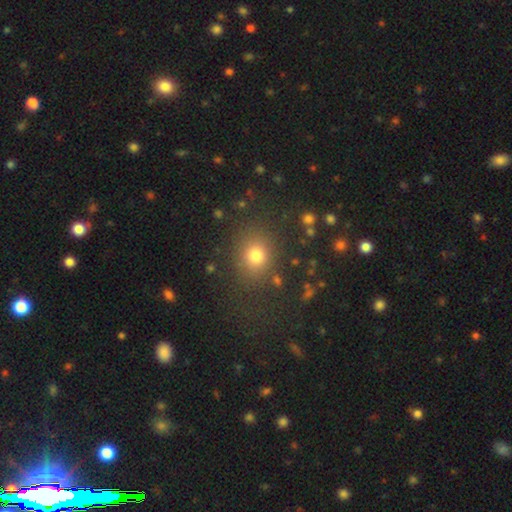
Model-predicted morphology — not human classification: Smooth or featured? smooth (78%)
How rounded? round (66%)
Merging? none (82%)